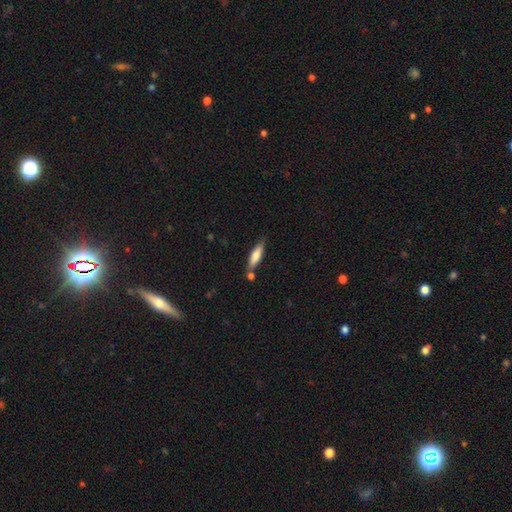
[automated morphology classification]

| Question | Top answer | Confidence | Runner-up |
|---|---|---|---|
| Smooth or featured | smooth | 68% | featured or disk (26%) |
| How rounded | cigar-shaped | 68% | in between (30%) |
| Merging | none | 70% | minor disturbance (16%) |